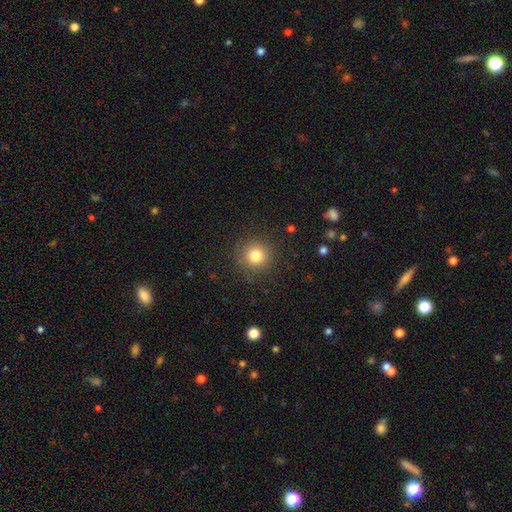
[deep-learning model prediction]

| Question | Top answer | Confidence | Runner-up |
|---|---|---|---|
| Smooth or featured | smooth | 80% | star or artifact (13%) |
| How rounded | round | 94% | in between (5%) |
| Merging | none | 89% | minor disturbance (7%) |